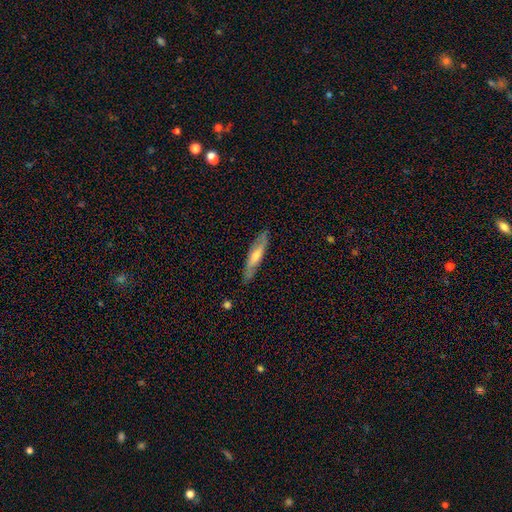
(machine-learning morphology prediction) Smooth or featured?
  - featured or disk: 49% *
  - smooth: 45%
  - star or artifact: 6%
Merging?
  - none: 83% *
  - minor disturbance: 13%
  - major disturbance: 3%
  - merger: 1%